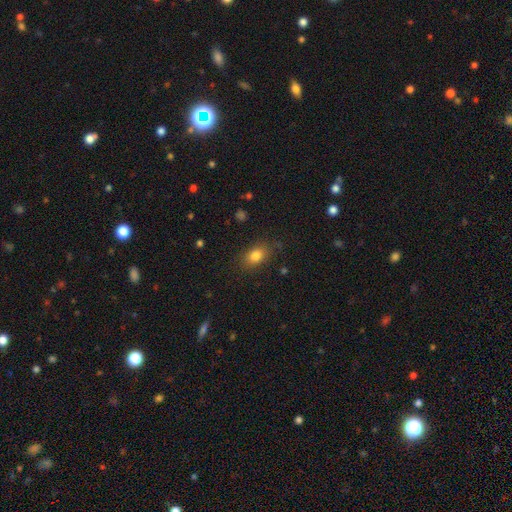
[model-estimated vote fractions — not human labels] The model was most divided on "how rounded": in between: 80%, round: 18%, cigar-shaped: 2%. More confident: smooth or featured — smooth (82%); merging — none (82%).